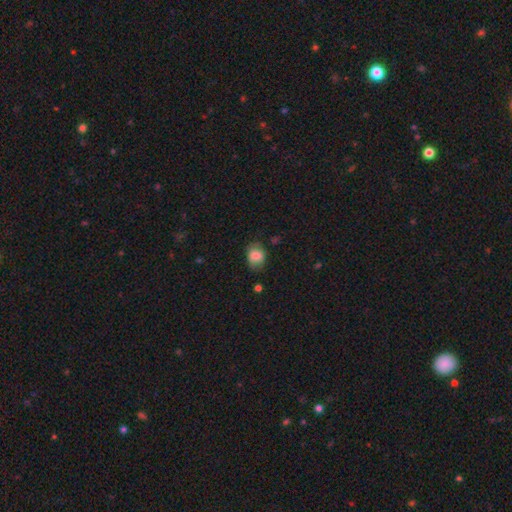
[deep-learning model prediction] Smooth or featured? Predicted: smooth (p=0.78). How rounded? Predicted: in between (p=0.62). Merging? Predicted: none (p=0.59).